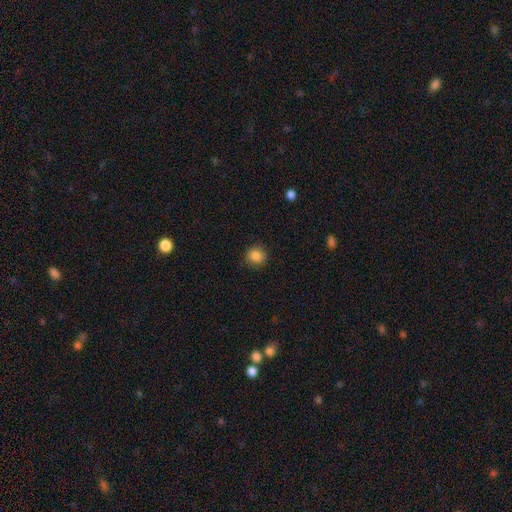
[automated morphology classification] Smooth or featured: smooth — 85% (star or artifact — 10%)
How rounded: round — 92% (in between — 7%)
Merging: none — 89% (minor disturbance — 8%)